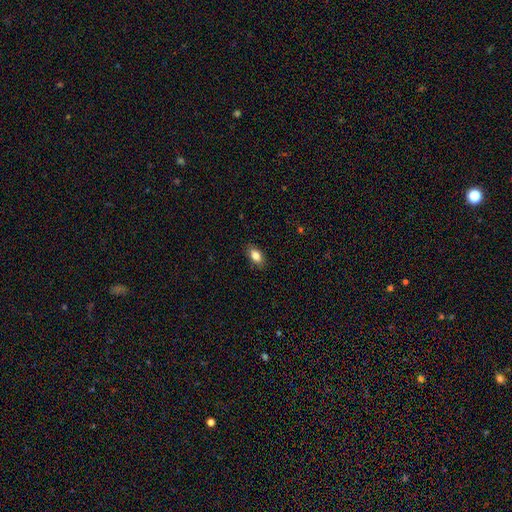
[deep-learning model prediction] Smooth or featured?
  - smooth: 84% *
  - featured or disk: 8%
  - star or artifact: 8%
How rounded?
  - in between: 90% *
  - round: 7%
  - cigar-shaped: 4%
Merging?
  - none: 87% *
  - minor disturbance: 10%
  - major disturbance: 2%
  - merger: 1%